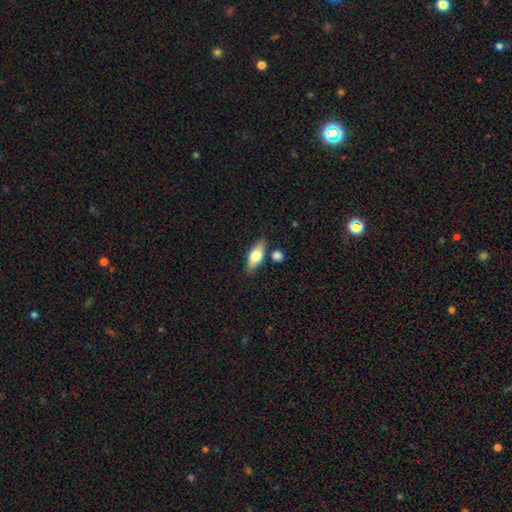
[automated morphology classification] A smooth galaxy with no disk features (66%) that is in between round and cigar-shaped (74%). Merging: none (76%).